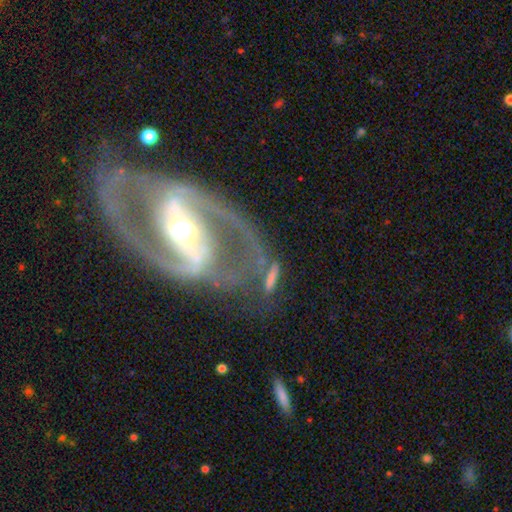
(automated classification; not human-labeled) Smooth or featured?
  - featured or disk: 86% *
  - smooth: 7%
  - star or artifact: 6%
Edge-on disk?
  - no: 96% *
  - yes: 4%
Bar?
  - strong: 54% *
  - weak: 27%
  - no: 18%
Spiral arms?
  - yes: 92% *
  - no: 8%
Spiral winding?
  - medium: 53% *
  - loose: 25%
  - tight: 21%
Spiral arm count?
  - 2: 90% *
  - can't tell: 3%
  - 1: 2%
  - 3: 2%
  - 4: 1%
  - more than 4: 1%
Bulge size?
  - moderate: 64% *
  - small: 21%
  - large: 12%
  - none: 2%
  - dominant: 2%
Merging?
  - none: 54% *
  - minor disturbance: 17%
  - major disturbance: 17%
  - merger: 12%